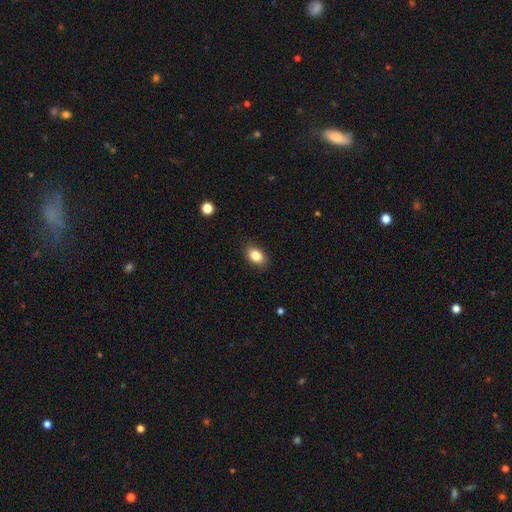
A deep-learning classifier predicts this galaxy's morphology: Q: Smooth or featured?
A: smooth (85%); runner-up: star or artifact (8%)
Q: How rounded?
A: in between (84%); runner-up: round (15%)
Q: Merging?
A: none (87%); runner-up: minor disturbance (10%)